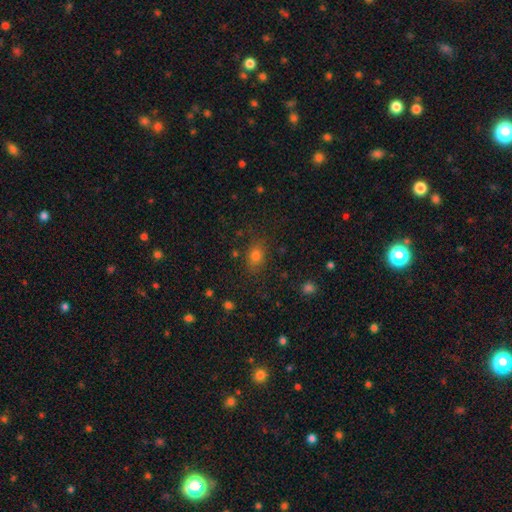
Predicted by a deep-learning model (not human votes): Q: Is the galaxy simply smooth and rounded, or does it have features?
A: smooth — 73%.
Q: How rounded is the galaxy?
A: in between — 64%.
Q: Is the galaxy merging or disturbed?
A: none — 80%.